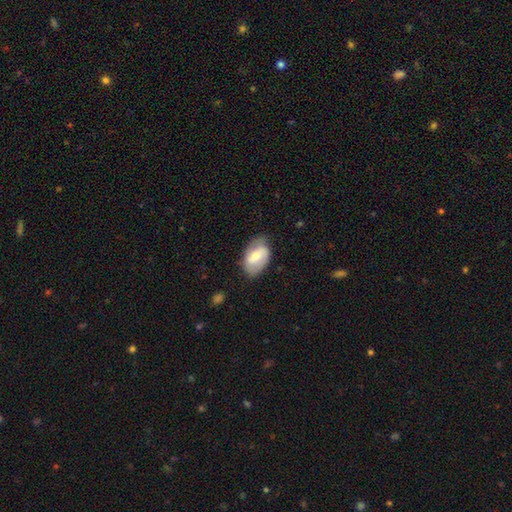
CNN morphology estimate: Smooth or featured: smooth — 47% (featured or disk — 46%)
Merging: none — 67% (minor disturbance — 25%)